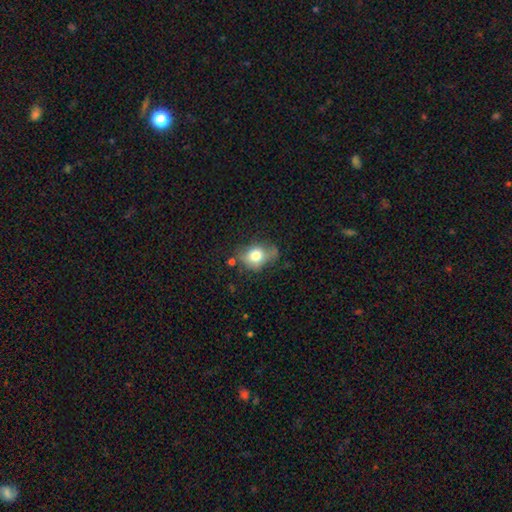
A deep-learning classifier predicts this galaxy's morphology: Smooth or featured?
  - smooth: 74% *
  - featured or disk: 16%
  - star or artifact: 10%
How rounded?
  - in between: 55% *
  - round: 43%
  - cigar-shaped: 1%
Merging?
  - none: 50% *
  - minor disturbance: 31%
  - major disturbance: 12%
  - merger: 6%